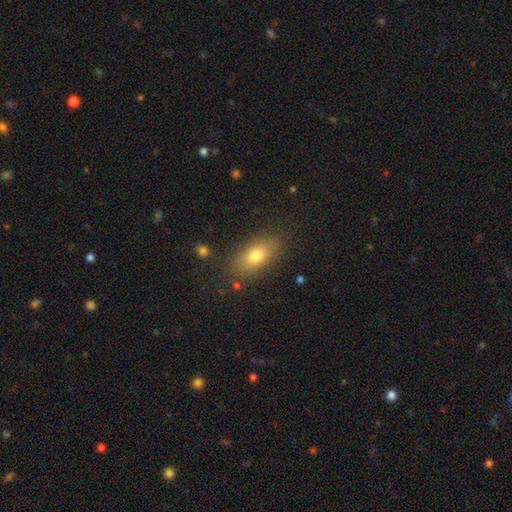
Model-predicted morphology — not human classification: smooth-or-featured: smooth: 75% | featured or disk: 15% | star or artifact: 10%
  how-rounded: in between: 82% | cigar-shaped: 10% | round: 8%
  merging: none: 83% | minor disturbance: 11% | major disturbance: 3% | merger: 2%